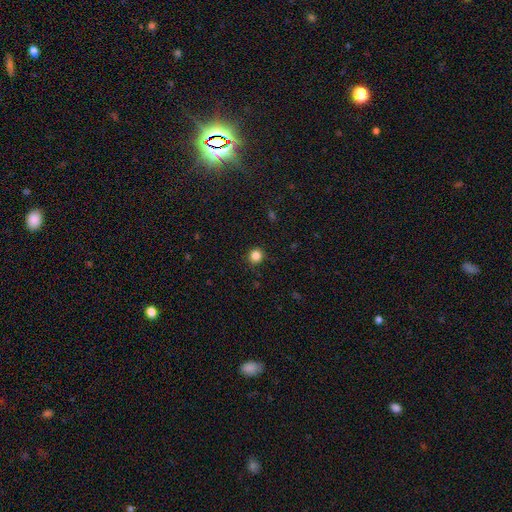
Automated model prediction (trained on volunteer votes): smooth-or-featured: smooth: 85% | star or artifact: 12% | featured or disk: 4%
  how-rounded: round: 93% | in between: 6% | cigar-shaped: 1%
  merging: none: 91% | minor disturbance: 6% | major disturbance: 2% | merger: 1%